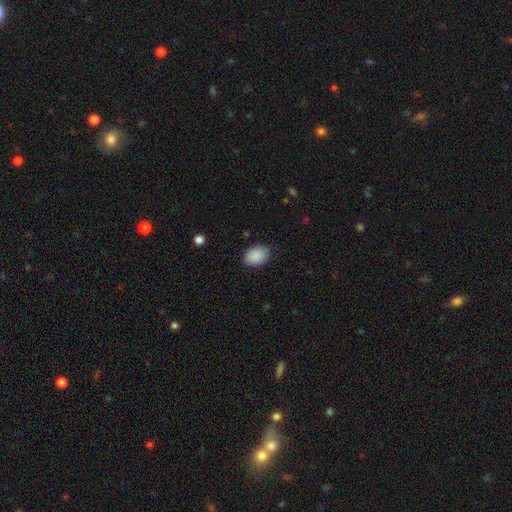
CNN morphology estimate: smooth 90%, star or artifact 7%, featured or disk 3%. Down the decision tree: how rounded — in between (80%); merging — none (82%).